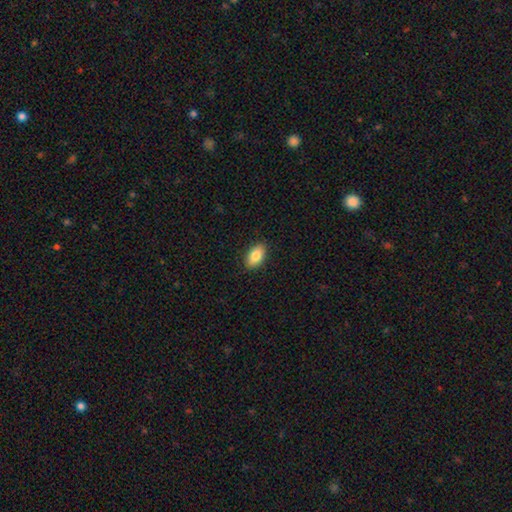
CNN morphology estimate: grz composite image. It shows a smooth galaxy with no disk features (86%) that is in between round and cigar-shaped (93%). Merging: none (89%).